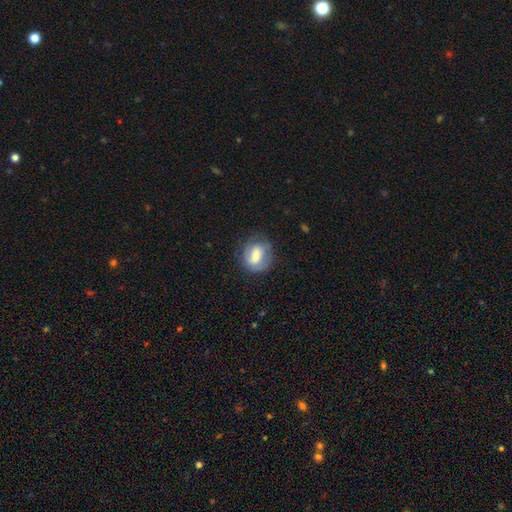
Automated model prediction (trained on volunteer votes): This appears to be a smooth galaxy with no disk features (54%) that is round (62%). Merging: none (69%).